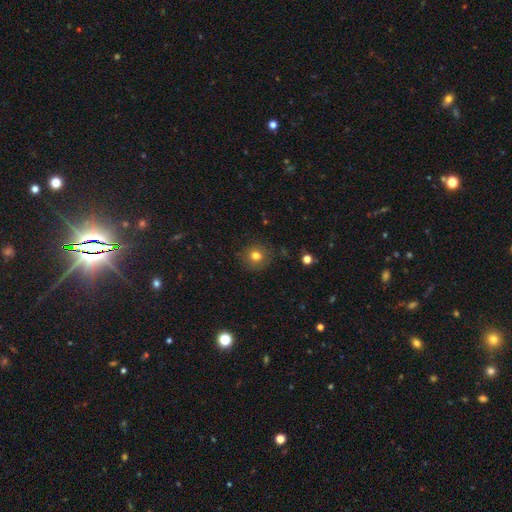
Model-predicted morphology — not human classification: This is likely a smooth galaxy (77%). How rounded: clearly round (89%). Merging: clearly none (83%).